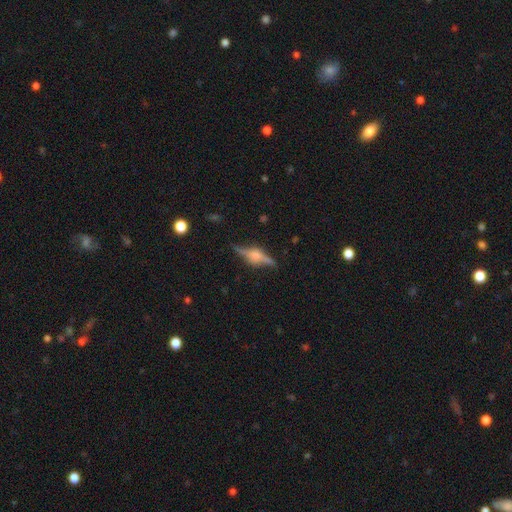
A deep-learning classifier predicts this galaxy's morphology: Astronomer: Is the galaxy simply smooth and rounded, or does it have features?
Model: featured or disk — 79%.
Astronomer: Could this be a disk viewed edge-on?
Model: yes — 95%.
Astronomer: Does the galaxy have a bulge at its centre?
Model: rounded — 83%.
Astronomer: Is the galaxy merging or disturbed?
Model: none — 81%.